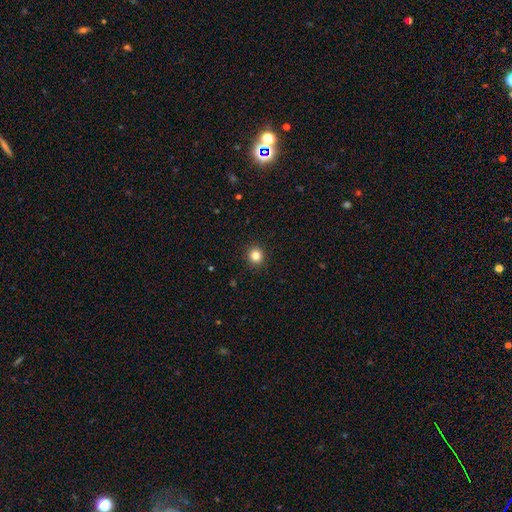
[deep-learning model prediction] Smooth or featured?
  - smooth: 84% *
  - star or artifact: 12%
  - featured or disk: 5%
How rounded?
  - round: 91% *
  - in between: 8%
  - cigar-shaped: 1%
Merging?
  - none: 92% *
  - minor disturbance: 5%
  - major disturbance: 2%
  - merger: 1%